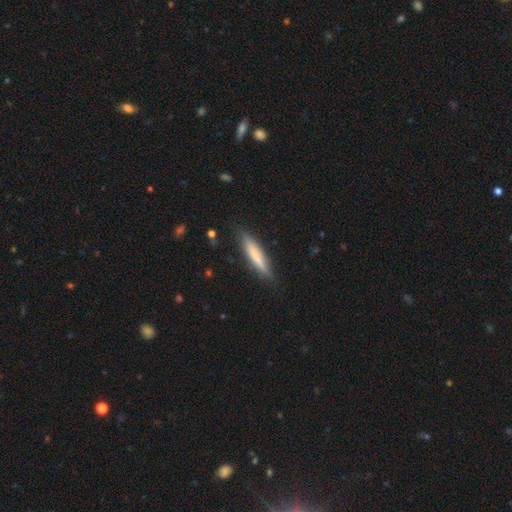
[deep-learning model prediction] Q: Smooth or featured?
A: smooth (64%); runner-up: featured or disk (30%)
Q: How rounded?
A: cigar-shaped (89%); runner-up: in between (10%)
Q: Merging?
A: none (85%); runner-up: minor disturbance (11%)